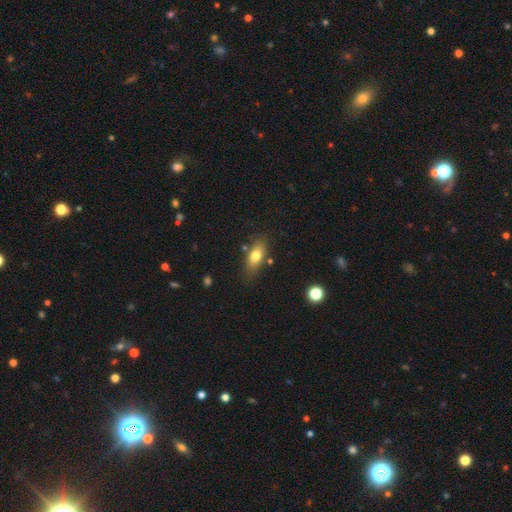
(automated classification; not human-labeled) A smooth galaxy with no disk features (73%) that is in between round and cigar-shaped (81%).

Vote fractions:
- Smooth or featured? smooth: 73% / featured or disk: 19% / star or artifact: 8%
- How rounded? in between: 81% / cigar-shaped: 14% / round: 5%
- Merging? none: 77% / minor disturbance: 15% / merger: 4% / major disturbance: 4%